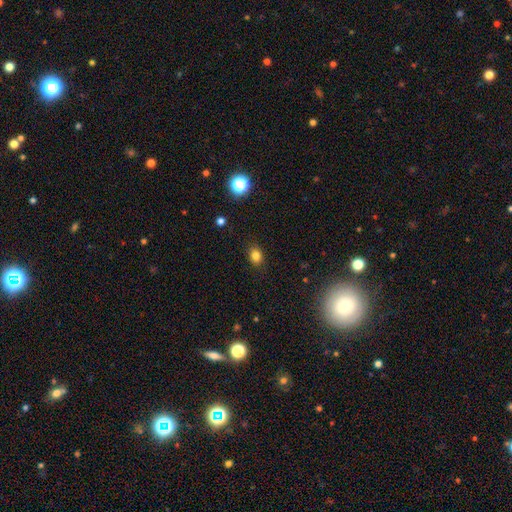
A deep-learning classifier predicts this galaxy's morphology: smooth-or-featured: smooth: 82% | star or artifact: 12% | featured or disk: 6%
  how-rounded: in between: 60% | round: 38% | cigar-shaped: 1%
  merging: none: 87% | minor disturbance: 9% | major disturbance: 2% | merger: 1%